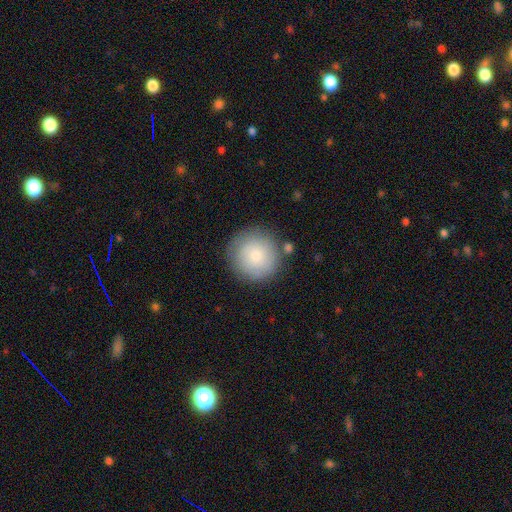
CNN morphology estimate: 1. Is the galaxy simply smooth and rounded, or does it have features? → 79% smooth, 14% featured or disk, 7% star or artifact.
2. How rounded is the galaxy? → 95% round, 4% in between, 1% cigar-shaped.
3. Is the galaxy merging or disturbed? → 81% none, 12% minor disturbance, 4% major disturbance, 3% merger.